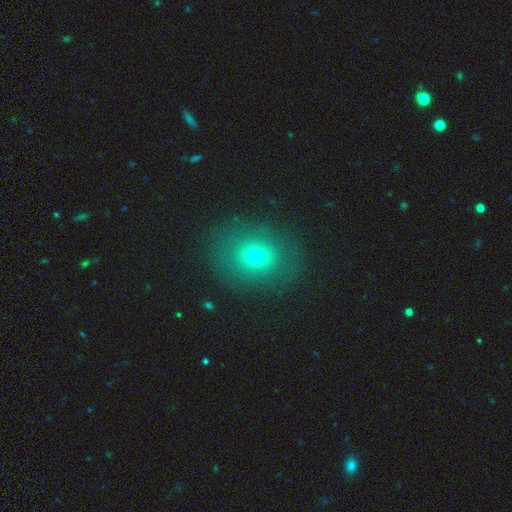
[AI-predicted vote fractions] This is likely a smooth galaxy (68%). How rounded: likely round (67%). Merging: clearly none (83%).